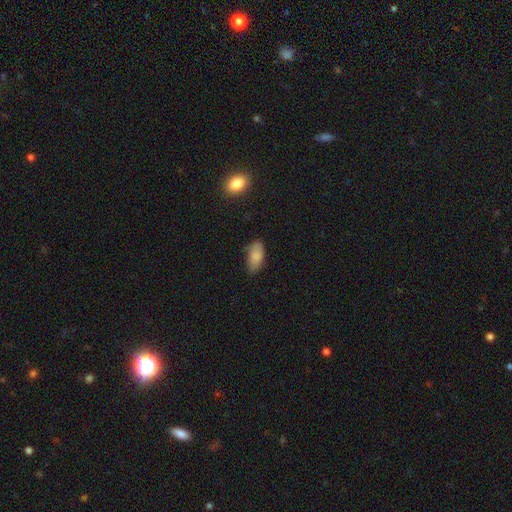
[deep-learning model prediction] Smooth or featured? Predicted: smooth (p=0.83). How rounded? Predicted: in between (p=0.93). Merging? Predicted: none (p=0.68).